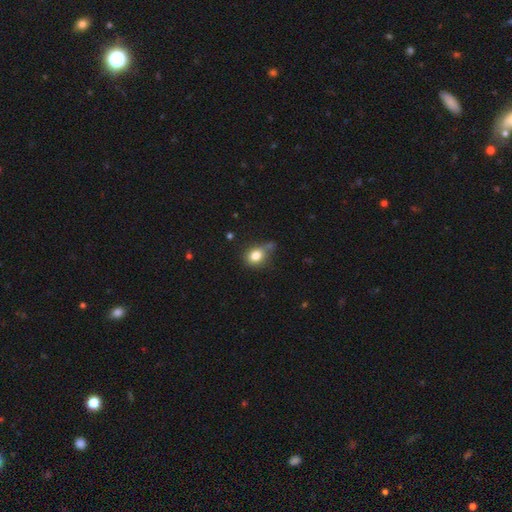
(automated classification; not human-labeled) smooth 79%, star or artifact 11%, featured or disk 10%. Down the decision tree: how rounded — round (54%); merging — none (50%).